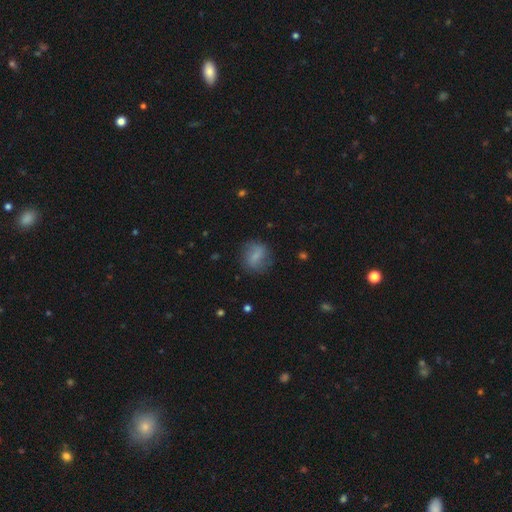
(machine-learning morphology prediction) This is likely a smooth galaxy (66%). How rounded: likely round (67%). Merging: likely none (74%).